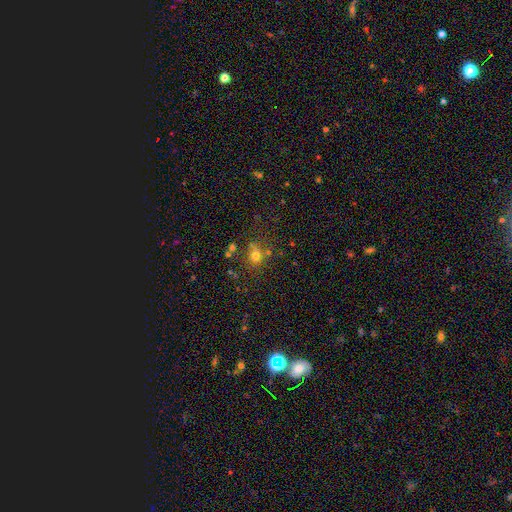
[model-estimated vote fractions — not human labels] This is likely a smooth galaxy (69%). How rounded: clearly round (81%). Merging: likely none (70%).